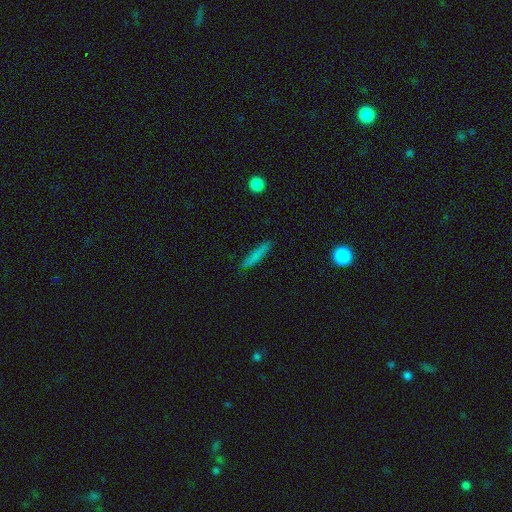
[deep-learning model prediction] Smooth or featured: smooth — 75% (featured or disk — 17%)
How rounded: cigar-shaped — 91% (in between — 7%)
Merging: none — 86% (minor disturbance — 10%)